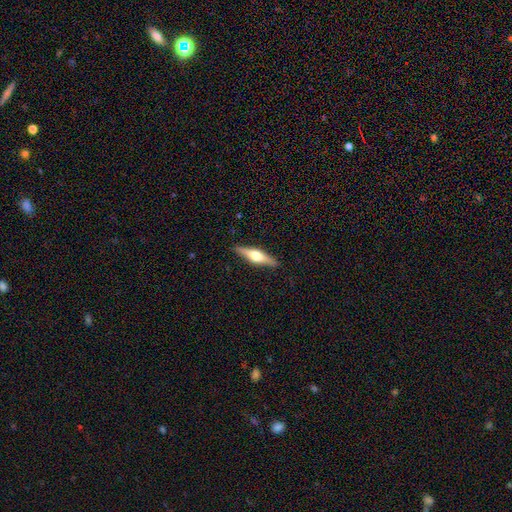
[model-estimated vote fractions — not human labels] This appears to be a featured or disk galaxy (66%) viewed edge-on (96%) with a rounded central bulge (93%). Merging: none (89%).